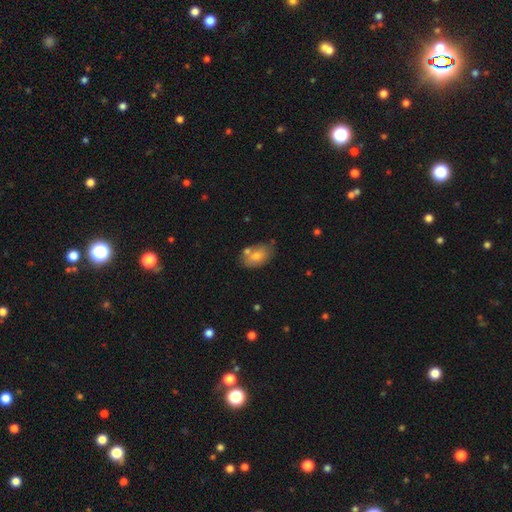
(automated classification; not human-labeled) This is likely a smooth galaxy (73%). How rounded: clearly in between (89%). Merging: likely none (62%).